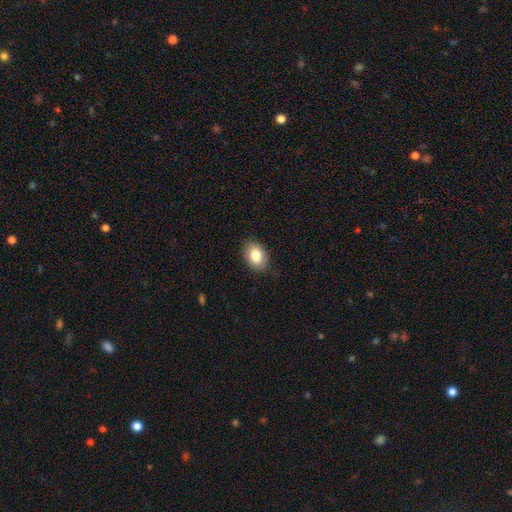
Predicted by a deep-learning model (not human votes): Smooth or featured? Predicted: smooth (p=0.84). How rounded? Predicted: in between (p=0.84). Merging? Predicted: none (p=0.87).